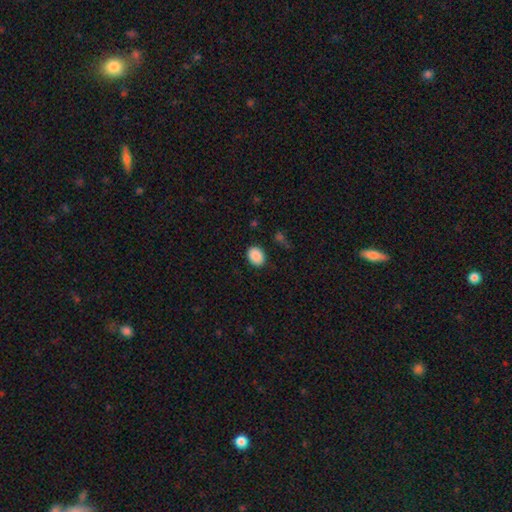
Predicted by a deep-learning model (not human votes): Morphology: type=smooth (89%); roundness=in between (63%); merging=none (87%).